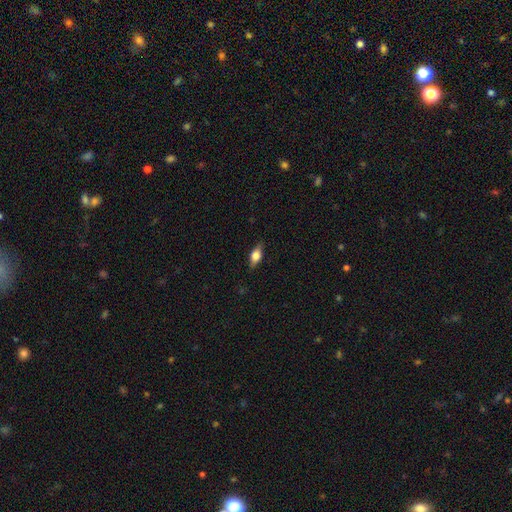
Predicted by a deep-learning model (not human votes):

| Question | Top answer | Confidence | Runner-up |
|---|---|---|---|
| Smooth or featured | smooth | 56% | featured or disk (36%) |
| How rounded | in between | 75% | cigar-shaped (17%) |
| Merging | none | 83% | minor disturbance (13%) |